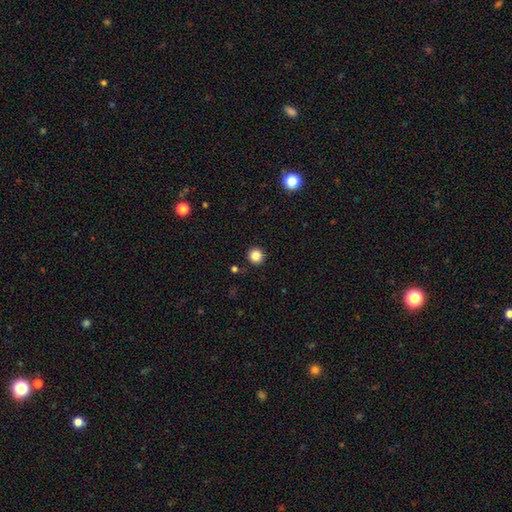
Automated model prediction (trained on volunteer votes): This appears to be a smooth galaxy with no disk features (85%) that is round (94%). Merging: none (92%).